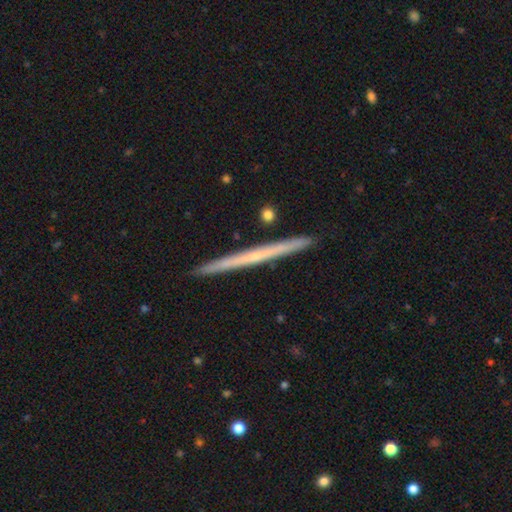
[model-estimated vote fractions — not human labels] A featured or disk galaxy (56%) viewed edge-on (98%) with no central bulge (84%).

Vote fractions:
- Smooth or featured? featured or disk: 56% / smooth: 38% / star or artifact: 6%
- Edge-on disk? yes: 98% / no: 2%
- Edge-on bulge? none: 84% / rounded: 13% / boxy: 3%
- Merging? none: 92% / minor disturbance: 6% / merger: 1% / major disturbance: 1%